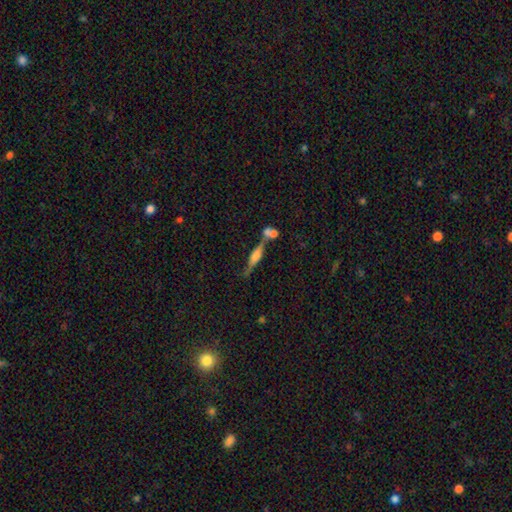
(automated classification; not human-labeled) smooth_or_featured: featured or disk (p=0.63) [alt: smooth p=0.29]
disk_edge_on: yes (p=0.93) [alt: no p=0.07]
edge_on_bulge: rounded (p=0.68) [alt: boxy p=0.25]
merging: none (p=0.56) [alt: merger p=0.26]